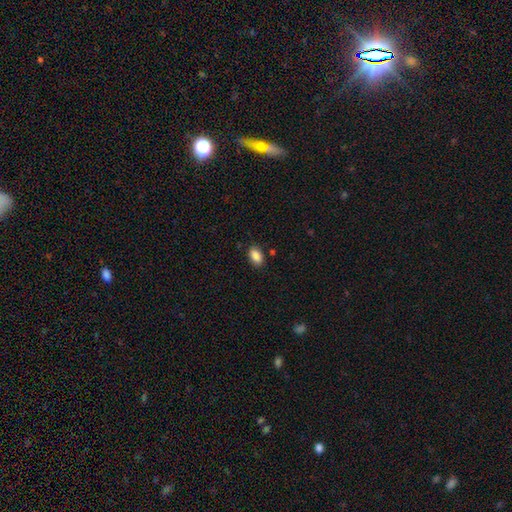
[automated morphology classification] smooth 88%, star or artifact 8%, featured or disk 4%. Down the decision tree: how rounded — in between (92%); merging — none (85%).